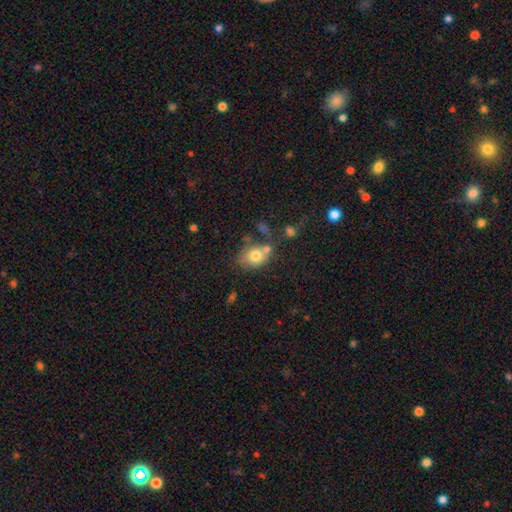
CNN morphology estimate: smooth-or-featured: smooth: 74% | featured or disk: 16% | star or artifact: 10%
  how-rounded: in between: 56% | round: 43% | cigar-shaped: 1%
  merging: none: 49% | merger: 23% | minor disturbance: 20% | major disturbance: 8%